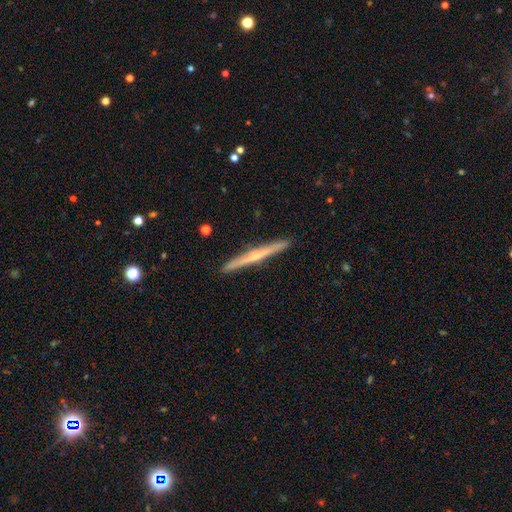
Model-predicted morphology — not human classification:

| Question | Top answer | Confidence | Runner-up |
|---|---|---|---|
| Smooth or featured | featured or disk | 69% | smooth (26%) |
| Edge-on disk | yes | 98% | no (2%) |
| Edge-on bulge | rounded | 67% | none (28%) |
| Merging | none | 93% | minor disturbance (5%) |